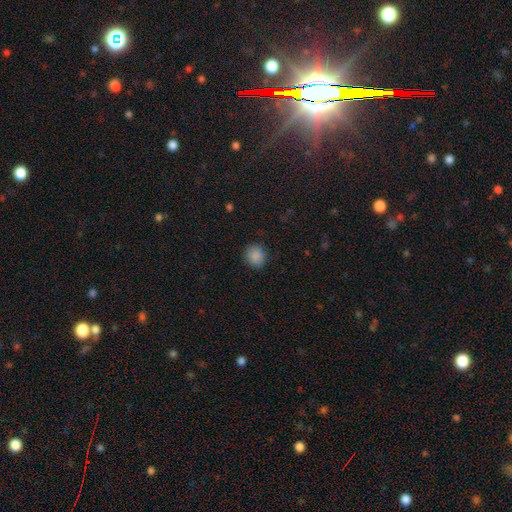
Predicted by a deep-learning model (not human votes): This is clearly a smooth galaxy (88%). How rounded: clearly round (87%). Merging: clearly none (90%).